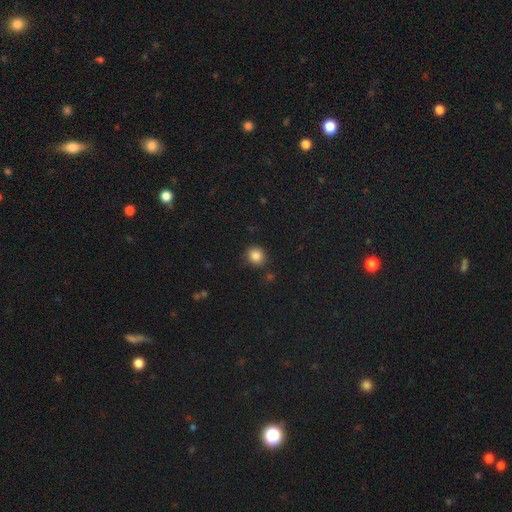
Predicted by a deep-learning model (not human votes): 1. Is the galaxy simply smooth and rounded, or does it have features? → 85% smooth, 11% star or artifact, 4% featured or disk.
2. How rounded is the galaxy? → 87% round, 12% in between, 1% cigar-shaped.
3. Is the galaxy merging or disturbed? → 84% none, 10% minor disturbance, 3% major disturbance, 3% merger.